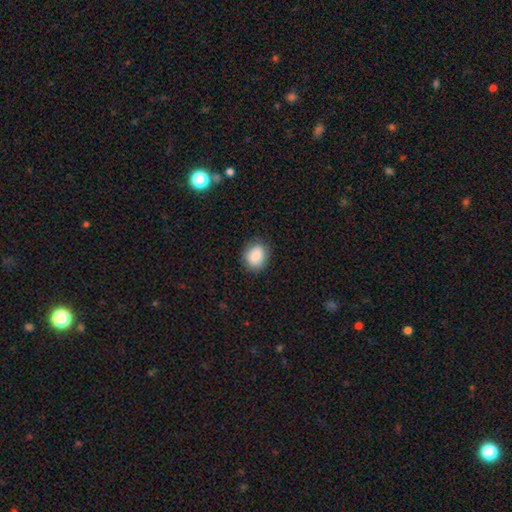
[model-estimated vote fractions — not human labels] Smooth or featured?
  - smooth: 87% *
  - star or artifact: 8%
  - featured or disk: 6%
How rounded?
  - round: 62% *
  - in between: 37%
  - cigar-shaped: 1%
Merging?
  - none: 83% *
  - minor disturbance: 13%
  - major disturbance: 3%
  - merger: 1%